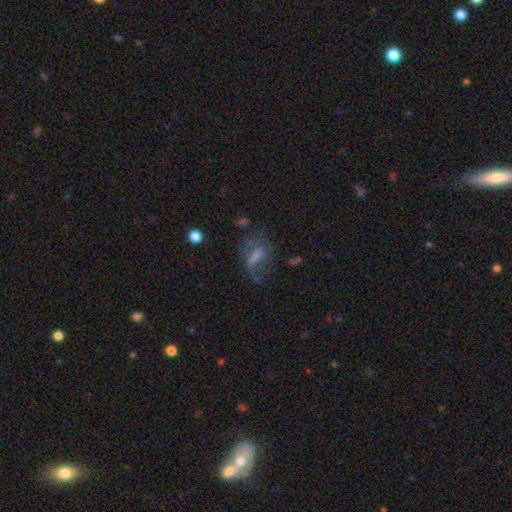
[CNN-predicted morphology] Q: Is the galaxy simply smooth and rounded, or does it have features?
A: featured or disk — 44%.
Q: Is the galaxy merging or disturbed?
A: none — 49%.